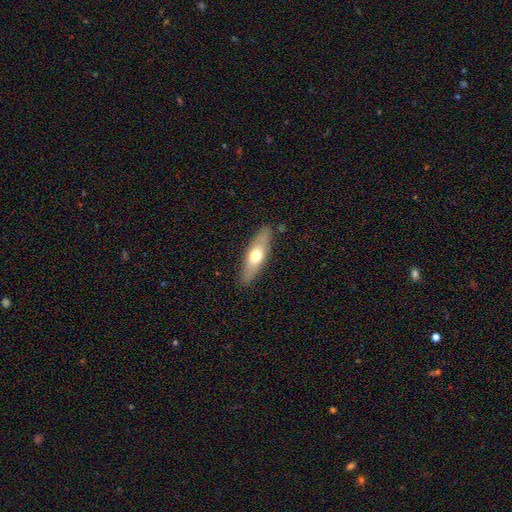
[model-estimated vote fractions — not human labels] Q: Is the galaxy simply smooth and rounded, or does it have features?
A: smooth — 56%.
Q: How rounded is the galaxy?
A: cigar-shaped — 52%.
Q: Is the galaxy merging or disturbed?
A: none — 87%.